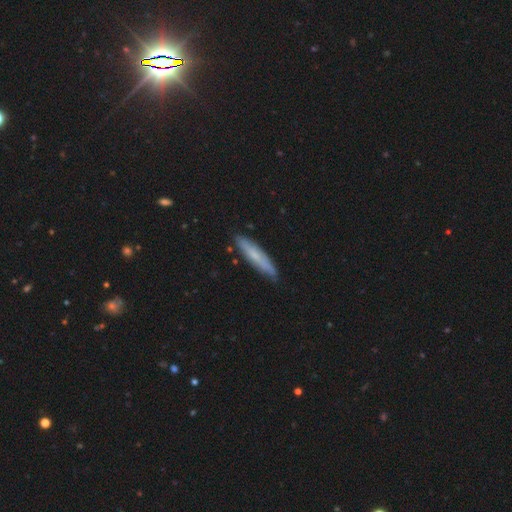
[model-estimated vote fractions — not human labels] Smooth or featured?
  - smooth: 59% *
  - featured or disk: 35%
  - star or artifact: 6%
How rounded?
  - cigar-shaped: 87% *
  - in between: 12%
  - round: 1%
Merging?
  - none: 85% *
  - minor disturbance: 12%
  - major disturbance: 2%
  - merger: 1%